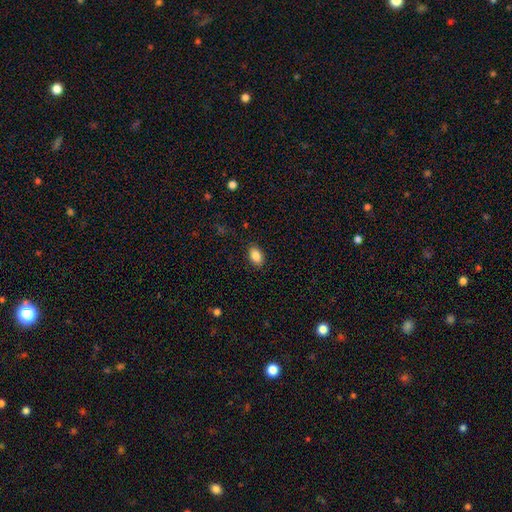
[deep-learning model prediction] A smooth galaxy with no disk features (87%) that is in between round and cigar-shaped (90%).

Vote fractions:
- Smooth or featured? smooth: 87% / star or artifact: 8% / featured or disk: 5%
- How rounded? in between: 90% / round: 9% / cigar-shaped: 2%
- Merging? none: 87% / minor disturbance: 10% / major disturbance: 2% / merger: 1%